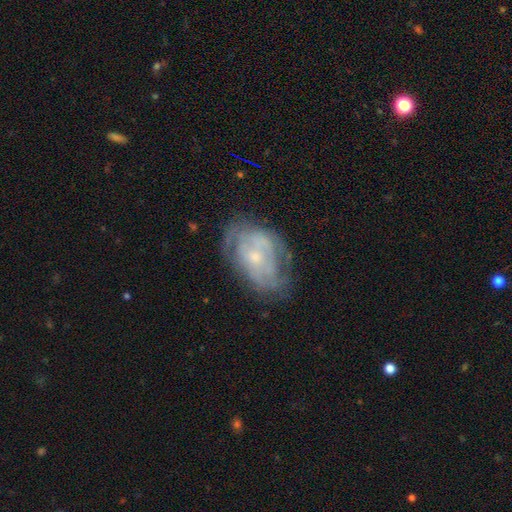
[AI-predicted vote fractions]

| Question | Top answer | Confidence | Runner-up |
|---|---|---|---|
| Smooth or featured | featured or disk | 70% | smooth (23%) |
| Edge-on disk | no | 96% | yes (4%) |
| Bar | no | 76% | weak (21%) |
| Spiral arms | yes | 67% | no (33%) |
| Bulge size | small | 59% | moderate (35%) |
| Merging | none | 61% | minor disturbance (24%) |